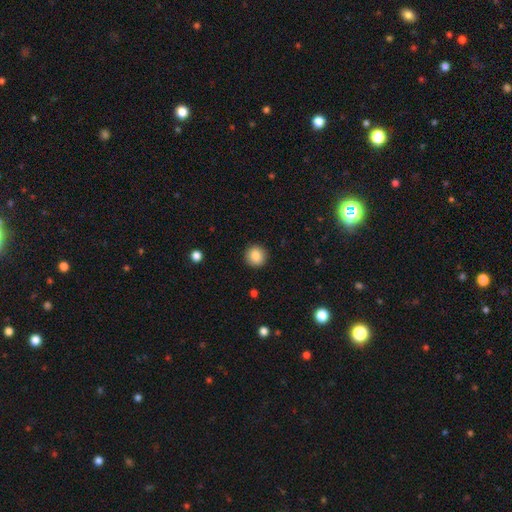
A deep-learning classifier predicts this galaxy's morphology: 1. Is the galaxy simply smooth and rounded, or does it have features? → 87% smooth, 9% star or artifact, 4% featured or disk.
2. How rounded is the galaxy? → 94% round, 5% in between, 1% cigar-shaped.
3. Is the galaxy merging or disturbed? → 92% none, 5% minor disturbance, 2% major disturbance, 1% merger.